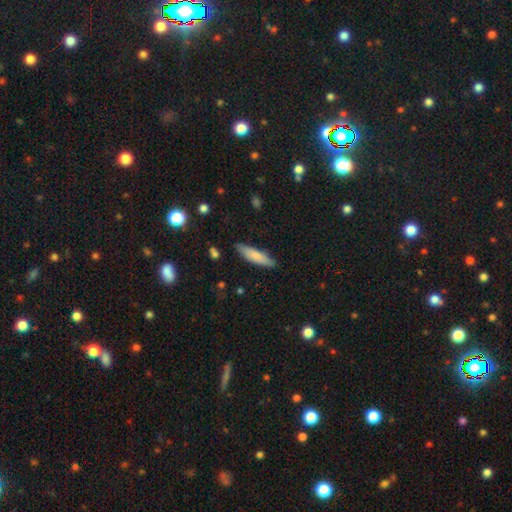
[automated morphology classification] Overall: smooth (78%). How rounded: cigar-shaped (72%). Merging: none (84%).